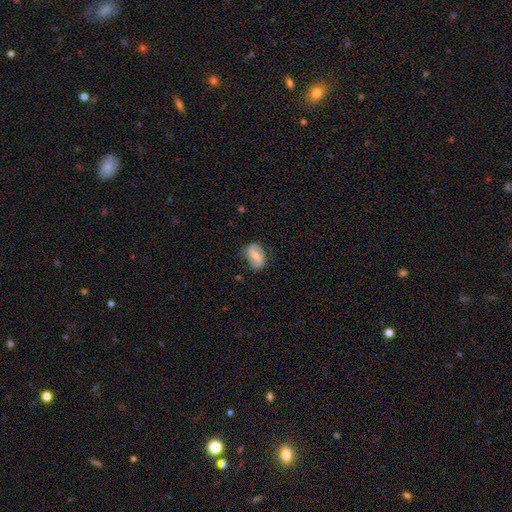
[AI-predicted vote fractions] smooth 51%, featured or disk 42%, star or artifact 7%. Down the decision tree: how rounded — in between (77%); merging — none (71%).